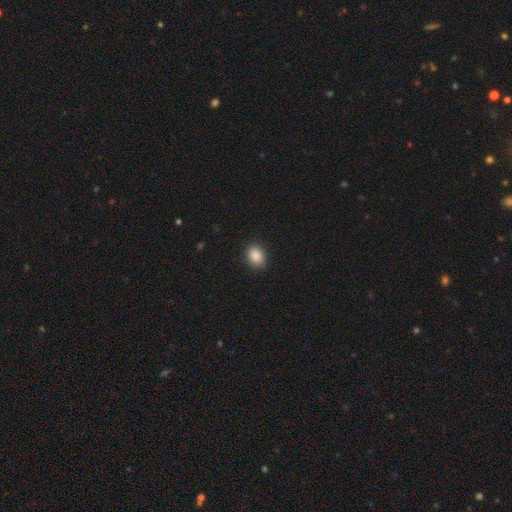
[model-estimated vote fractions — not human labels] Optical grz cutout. It shows a smooth galaxy with no disk features (88%) that is in between round and cigar-shaped (64%). Merging: none (87%).